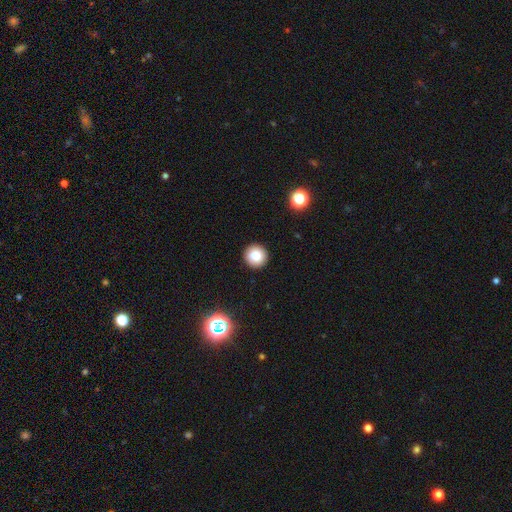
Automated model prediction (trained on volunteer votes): smooth-or-featured: smooth: 83% | star or artifact: 11% | featured or disk: 6%
  how-rounded: round: 95% | in between: 5% | cigar-shaped: 1%
  merging: none: 92% | minor disturbance: 5% | major disturbance: 2% | merger: 1%